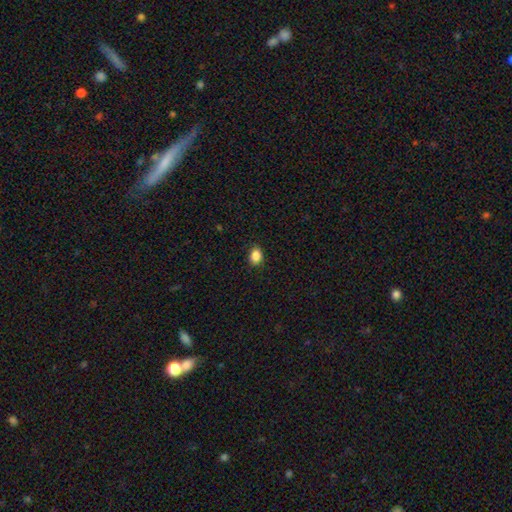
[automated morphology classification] type=smooth (87%); roundness=in between (64%); merging=none (88%).